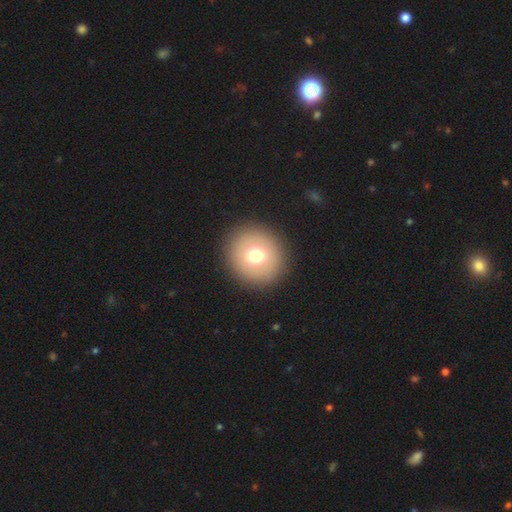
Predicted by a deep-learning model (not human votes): Smooth or featured? smooth (70%)
How rounded? round (89%)
Merging? none (91%)